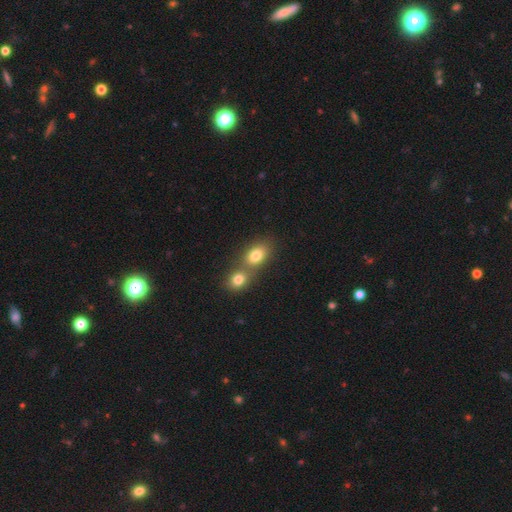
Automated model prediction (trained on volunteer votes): This appears to be a smooth galaxy with no disk features (80%) that is in between round and cigar-shaped (72%). Merging: merger (56%).